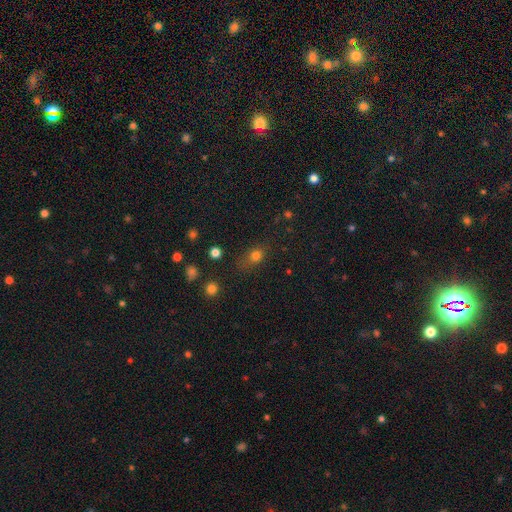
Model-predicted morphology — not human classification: A smooth galaxy with no disk features (75%) that is in between round and cigar-shaped (49%). Merging: none (63%).